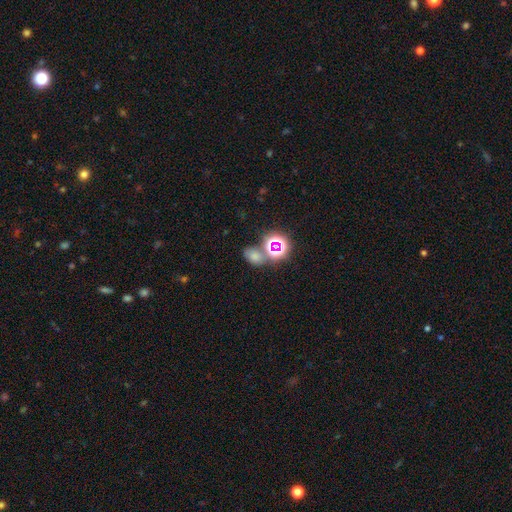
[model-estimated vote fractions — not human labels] This is possibly a smooth galaxy (57%). How rounded: likely in between (68%). Merging: possibly none (56%).